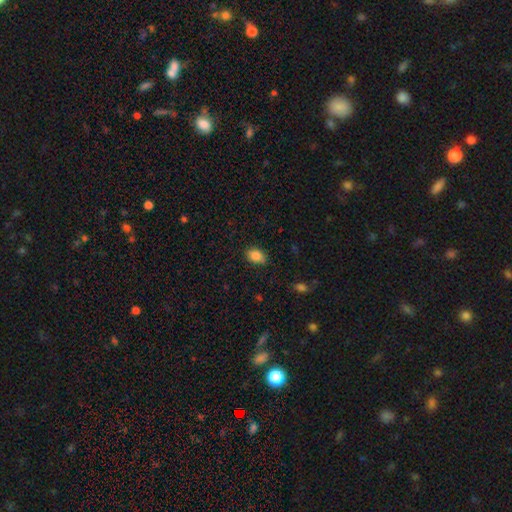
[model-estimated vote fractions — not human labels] Smooth or featured? smooth (86%)
How rounded? in between (80%)
Merging? none (79%)